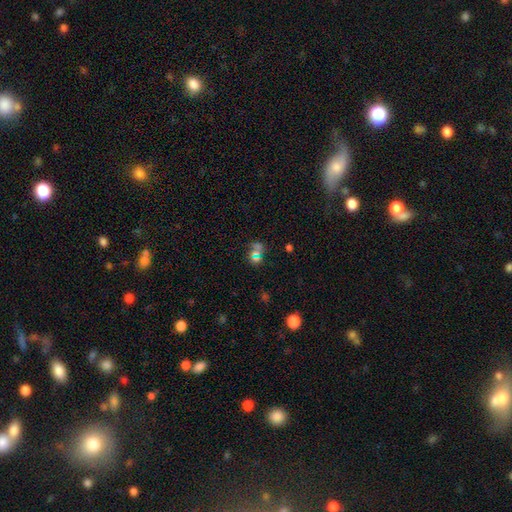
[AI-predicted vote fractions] A star or artifact, not a galaxy (43%).